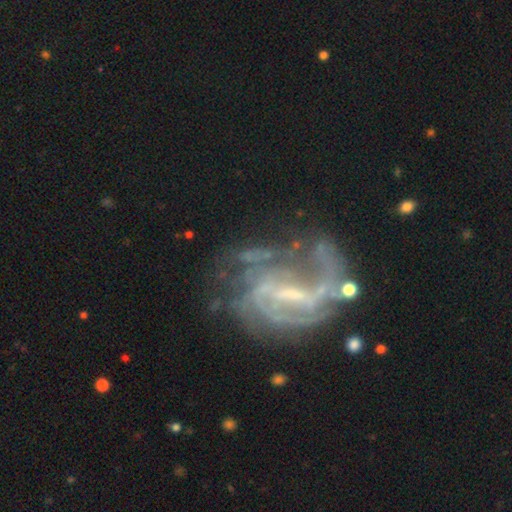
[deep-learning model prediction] Smooth or featured? Predicted: featured or disk (p=0.83). Edge-on disk? Predicted: no (p=0.97). Bar? Predicted: weak (p=0.43). Spiral arms? Predicted: yes (p=0.85). Spiral winding? Predicted: medium (p=0.43). Spiral arm count? Predicted: can't tell (p=0.33). Bulge size? Predicted: small (p=0.42). Merging? Predicted: none (p=0.44).